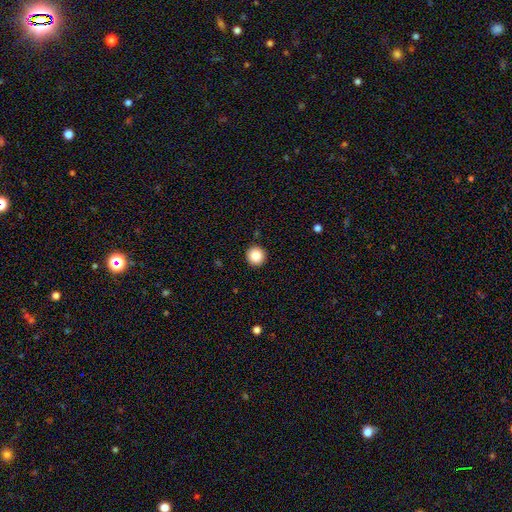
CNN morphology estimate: Smooth or featured? smooth (85%)
How rounded? round (95%)
Merging? none (93%)